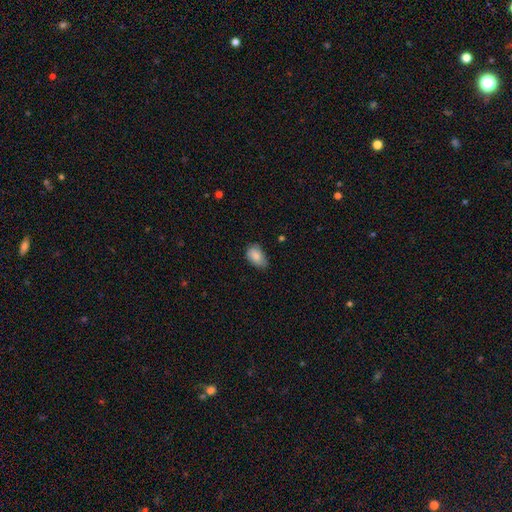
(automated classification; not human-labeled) Smooth or featured: smooth — 85% (featured or disk — 8%)
How rounded: in between — 89% (round — 10%)
Merging: none — 63% (minor disturbance — 30%)